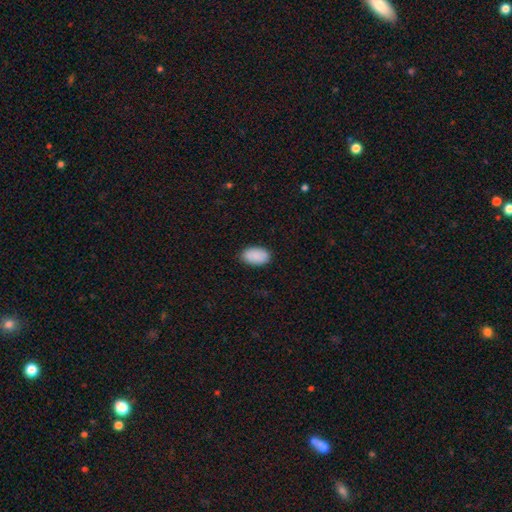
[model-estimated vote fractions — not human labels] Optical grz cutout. It shows a smooth galaxy with no disk features (91%) that is in between round and cigar-shaped (94%). Merging: none (88%).